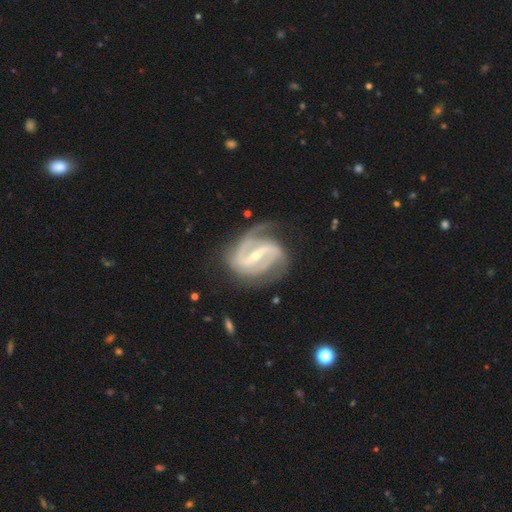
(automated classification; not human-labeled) Smooth or featured: featured or disk — 92% (star or artifact — 4%)
Edge-on disk: no — 97% (yes — 3%)
Bar: strong — 66% (weak — 27%)
Spiral arms: yes — 97% (no — 3%)
Spiral winding: medium — 49% (tight — 36%)
Spiral arm count: 2 — 70% (3 — 15%)
Bulge size: small — 61% (moderate — 35%)
Merging: none — 64% (minor disturbance — 21%)